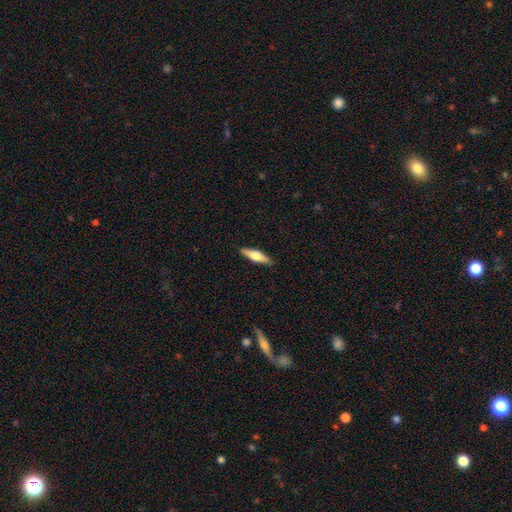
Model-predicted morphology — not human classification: This is possibly a featured or disk galaxy (48%). Merging: clearly none (90%).